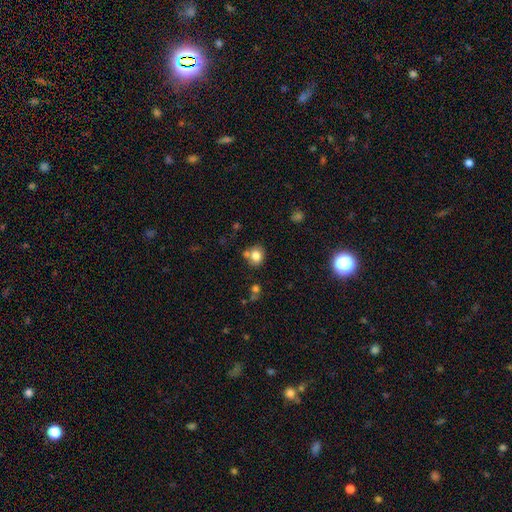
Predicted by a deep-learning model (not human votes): This is clearly a smooth galaxy (80%). How rounded: likely round (72%). Merging: likely none (67%).